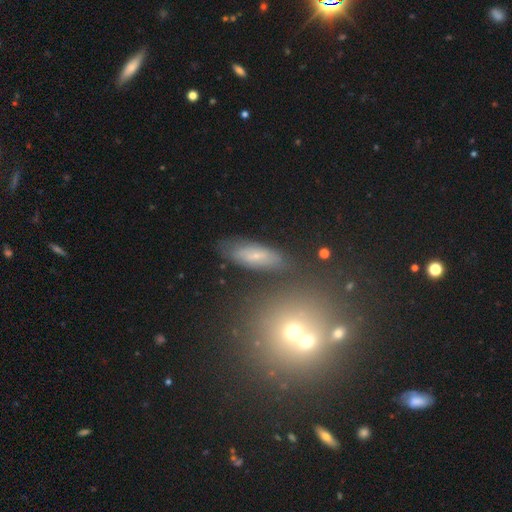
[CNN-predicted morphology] Smooth or featured?
  - smooth: 50% *
  - featured or disk: 37%
  - star or artifact: 12%
How rounded?
  - in between: 67% *
  - cigar-shaped: 28%
  - round: 5%
Merging?
  - none: 75% *
  - minor disturbance: 15%
  - major disturbance: 5%
  - merger: 4%